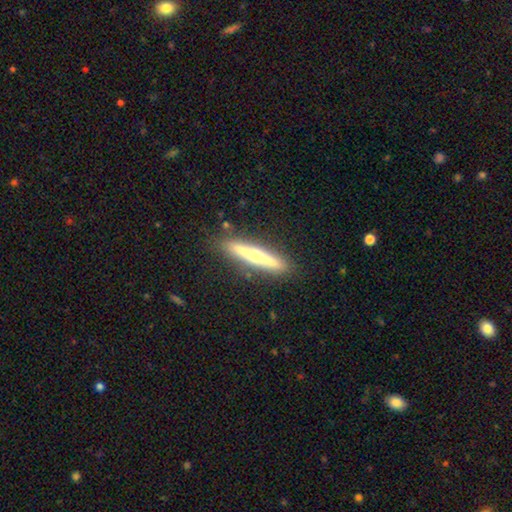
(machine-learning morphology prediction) This appears to be a featured or disk galaxy (57%) viewed edge-on (94%) with a rounded central bulge (81%). Merging: none (86%).